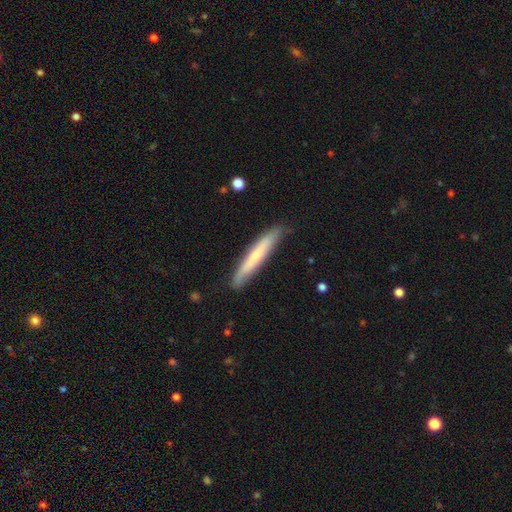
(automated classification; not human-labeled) smooth_or_featured: smooth (p=0.59) [alt: featured or disk p=0.36]
how_rounded: cigar-shaped (p=0.94) [alt: in between p=0.05]
merging: none (p=0.84) [alt: minor disturbance p=0.13]